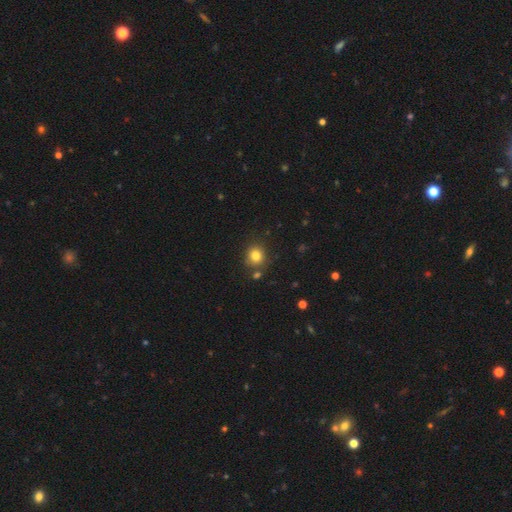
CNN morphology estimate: Smooth or featured?
  - smooth: 81% *
  - star or artifact: 12%
  - featured or disk: 7%
How rounded?
  - round: 85% *
  - in between: 14%
  - cigar-shaped: 1%
Merging?
  - none: 80% *
  - minor disturbance: 9%
  - merger: 8%
  - major disturbance: 3%